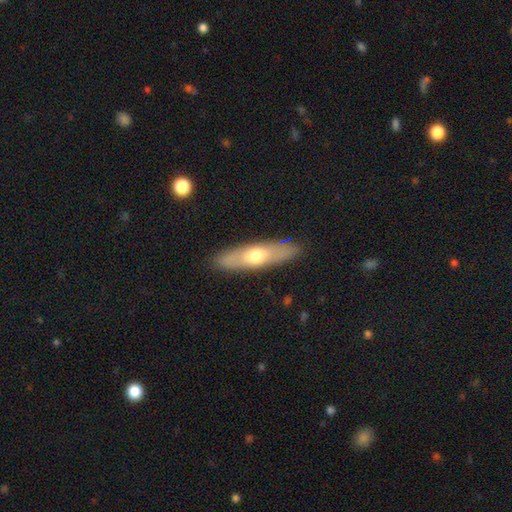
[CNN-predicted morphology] smooth 50%, featured or disk 44%, star or artifact 6%. Down the decision tree: how rounded — cigar-shaped (65%); merging — none (88%).